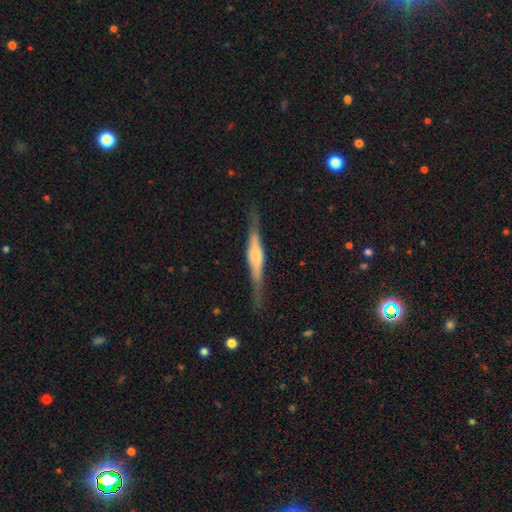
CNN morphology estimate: This is likely a featured or disk galaxy (70%). It is clearly viewed edge-on (97%). Edge-on bulge: possibly rounded (60%). Merging: clearly none (85%).